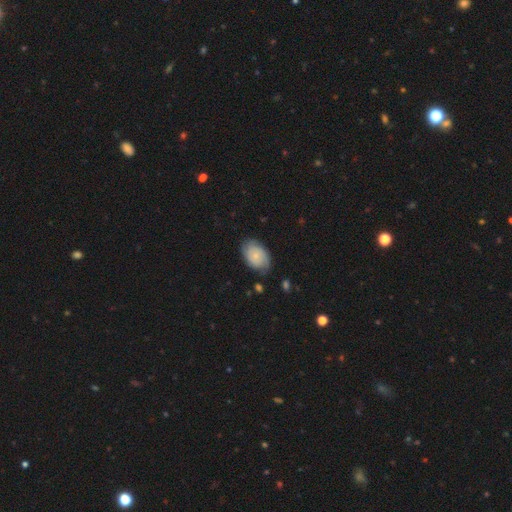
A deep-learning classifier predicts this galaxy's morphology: Smooth or featured?
  - smooth: 55% *
  - featured or disk: 38%
  - star or artifact: 7%
How rounded?
  - in between: 86% *
  - round: 13%
  - cigar-shaped: 1%
Merging?
  - none: 71% *
  - minor disturbance: 21%
  - major disturbance: 5%
  - merger: 2%